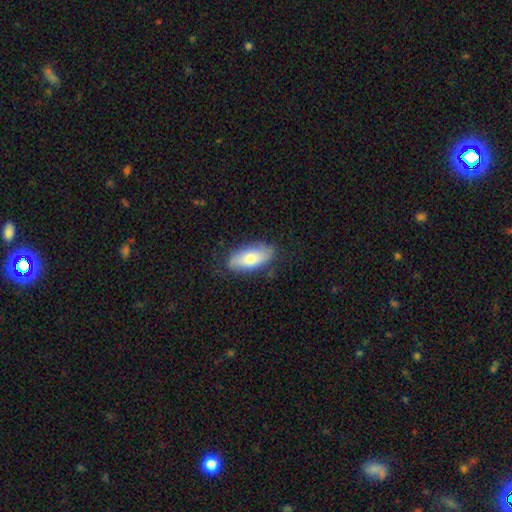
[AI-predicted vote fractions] This is likely a smooth galaxy (74%). How rounded: clearly in between (85%). Merging: likely none (79%).